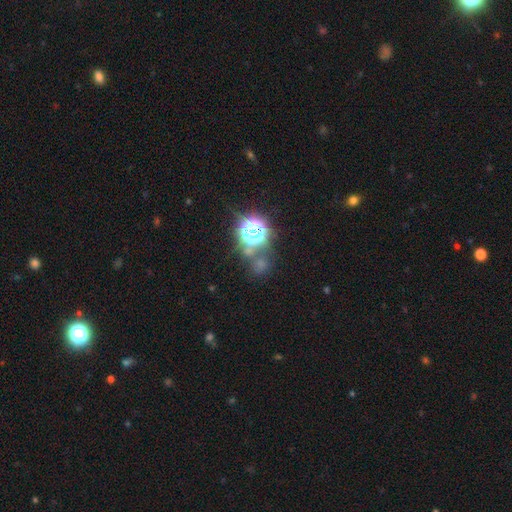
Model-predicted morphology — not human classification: smooth_or_featured: star or artifact (p=0.71) [alt: smooth p=0.22]